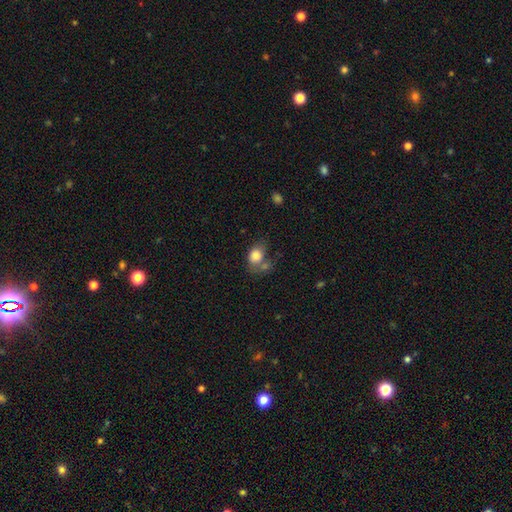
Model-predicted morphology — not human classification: Smooth or featured? Predicted: smooth (p=0.80). How rounded? Predicted: in between (p=0.59). Merging? Predicted: merger (p=0.33).